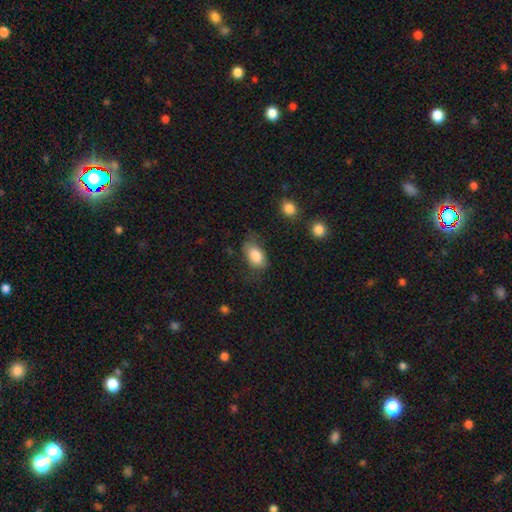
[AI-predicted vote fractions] The model was most divided on "merging": none: 58%, minor disturbance: 28%, major disturbance: 12%, merger: 3%. More confident: how rounded — in between (90%); smooth or featured — smooth (83%).